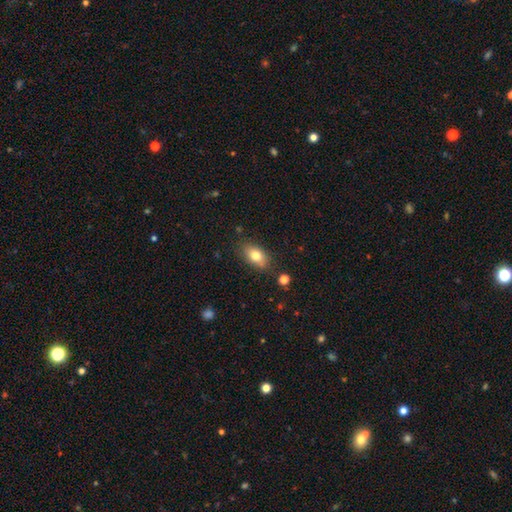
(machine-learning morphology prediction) Smooth or featured: smooth — 79% (featured or disk — 13%)
How rounded: in between — 87% (round — 9%)
Merging: none — 81% (minor disturbance — 14%)